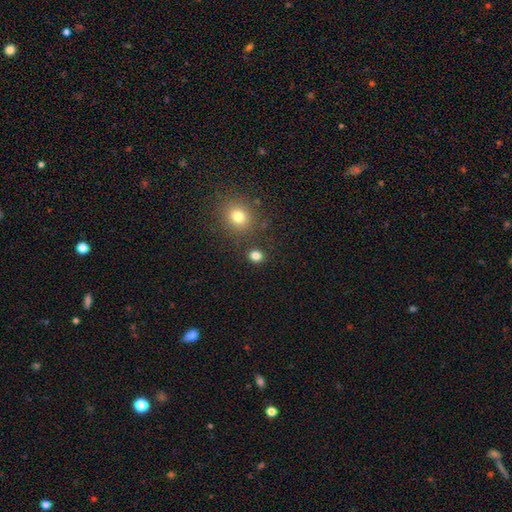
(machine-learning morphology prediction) The model was most divided on "how rounded": round: 78%, in between: 21%, cigar-shaped: 1%. More confident: merging — none (84%); smooth or featured — smooth (81%).